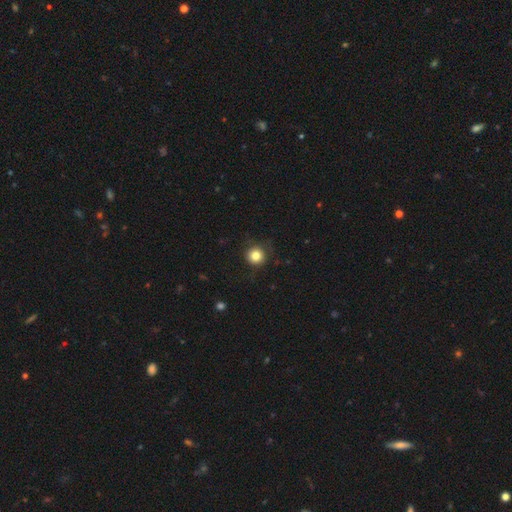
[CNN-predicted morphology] Smooth or featured? Predicted: smooth (p=0.83). How rounded? Predicted: round (p=0.94). Merging? Predicted: none (p=0.84).